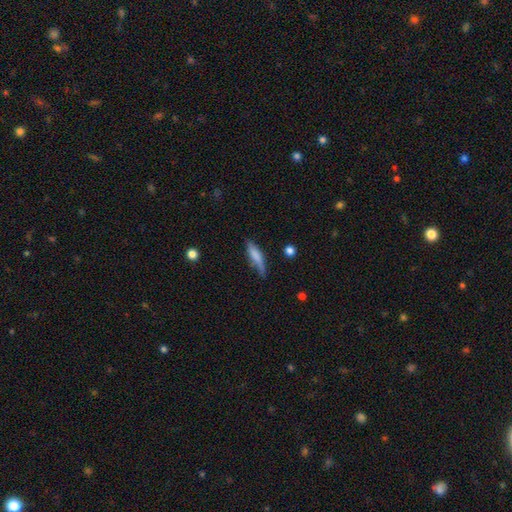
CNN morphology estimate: Overall: smooth (71%). How rounded: cigar-shaped (72%). Merging: none (56%; minor disturbance 31%).